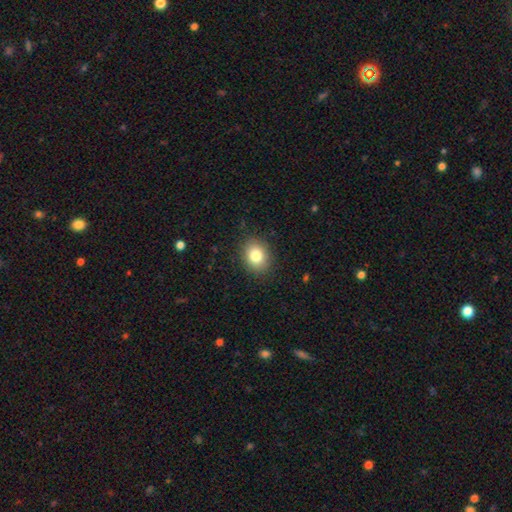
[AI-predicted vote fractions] This appears to be a smooth galaxy with no disk features (81%) that is round (51%). Merging: none (88%).